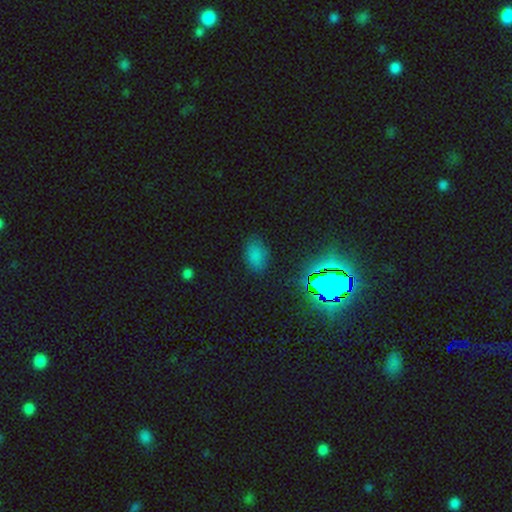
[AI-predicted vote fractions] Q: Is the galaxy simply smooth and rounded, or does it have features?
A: smooth — 73%.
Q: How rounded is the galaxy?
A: in between — 84%.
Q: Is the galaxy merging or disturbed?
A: none — 79%.